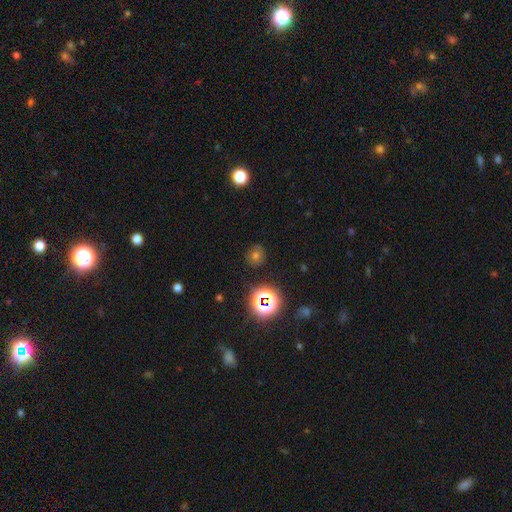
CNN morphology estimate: Smooth or featured? smooth (55%)
How rounded? round (80%)
Merging? none (78%)